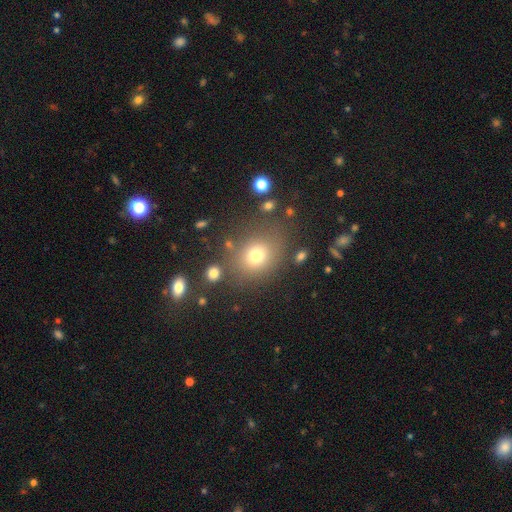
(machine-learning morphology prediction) Overall: smooth (74%). How rounded: round (68%; in between 31%). Merging: none (75%).